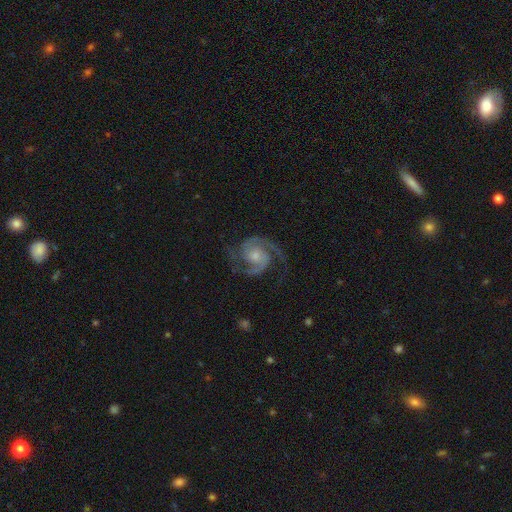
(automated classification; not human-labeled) The model was most divided on "bulge size": small: 51%, moderate: 40%, none: 5%, large: 3%, dominant: 1%. More confident: spiral arms — yes (99%); edge-on disk — no (98%); smooth or featured — featured or disk (92%); spiral arm count — 2 (89%); merging — none (78%); bar — no (67%); spiral winding — medium (55%).